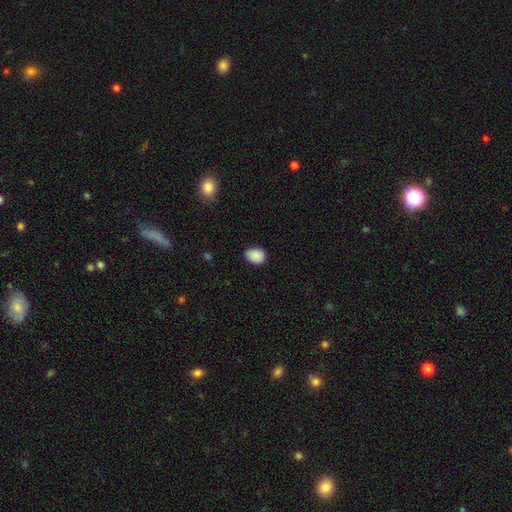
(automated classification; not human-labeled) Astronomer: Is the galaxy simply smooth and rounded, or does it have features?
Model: smooth — 88%.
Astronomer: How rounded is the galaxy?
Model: in between — 55% (runner-up: round, 44%).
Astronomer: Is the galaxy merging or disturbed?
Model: none — 72%.